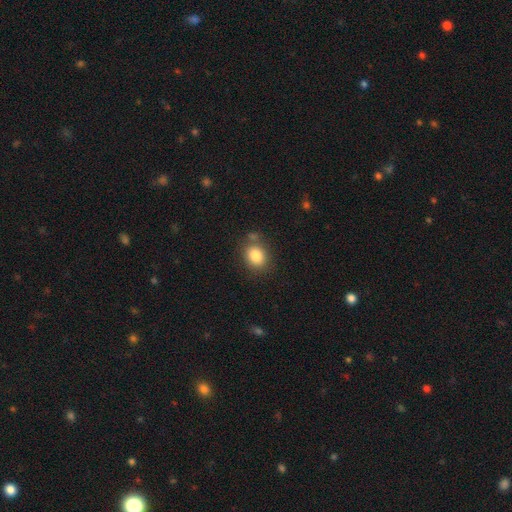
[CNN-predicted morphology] This is clearly a smooth galaxy (84%). How rounded: possibly in between (50%). Merging: likely none (72%).